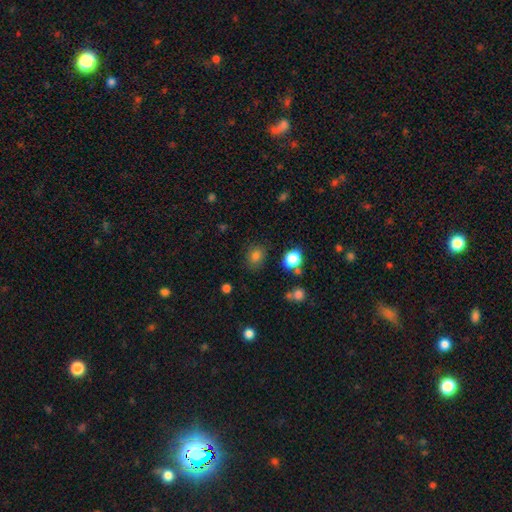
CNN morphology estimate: A smooth galaxy with no disk features (81%) that is round (60%).

Vote fractions:
- Smooth or featured? smooth: 81% / star or artifact: 14% / featured or disk: 5%
- How rounded? round: 60% / in between: 39% / cigar-shaped: 1%
- Merging? none: 82% / minor disturbance: 12% / major disturbance: 4% / merger: 3%